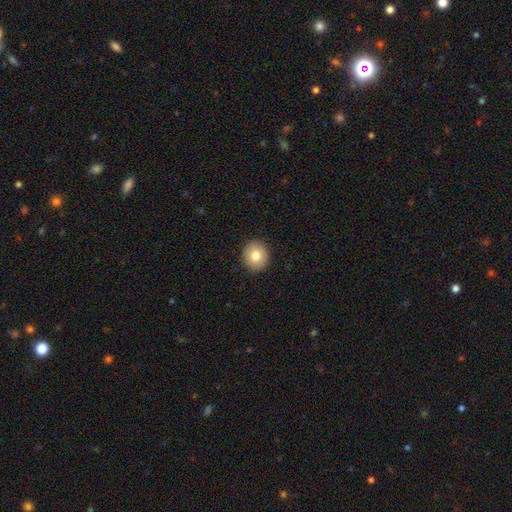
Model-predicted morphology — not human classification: Overall: smooth (78%). How rounded: round (83%). Merging: none (91%).